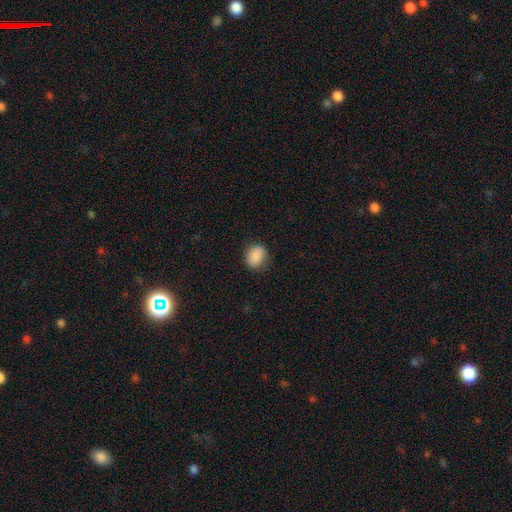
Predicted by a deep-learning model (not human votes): Smooth or featured: smooth — 87% (star or artifact — 8%)
How rounded: round — 54% (in between — 45%)
Merging: none — 81% (minor disturbance — 15%)